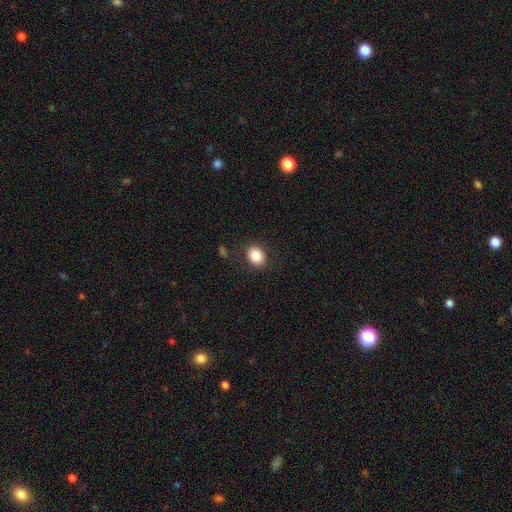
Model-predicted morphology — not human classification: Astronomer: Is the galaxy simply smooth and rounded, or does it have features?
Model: smooth — 84%.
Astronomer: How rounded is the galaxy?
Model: in between — 50% (runner-up: round, 49%).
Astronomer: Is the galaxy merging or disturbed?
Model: none — 86%.